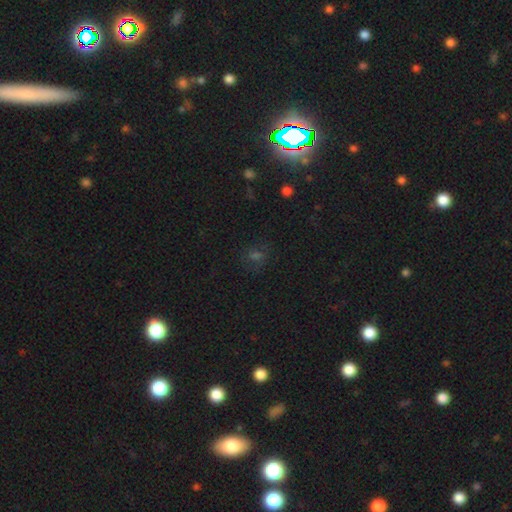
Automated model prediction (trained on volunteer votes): Overall: star or artifact (48%; smooth 39%).